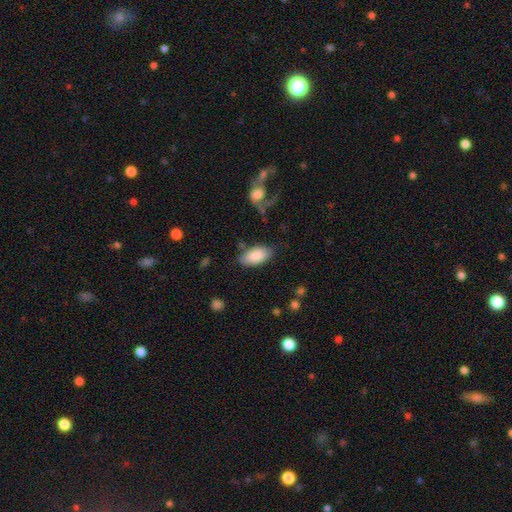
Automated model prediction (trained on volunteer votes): Morphology: type=smooth (86%); roundness=in between (95%); merging=none (76%).